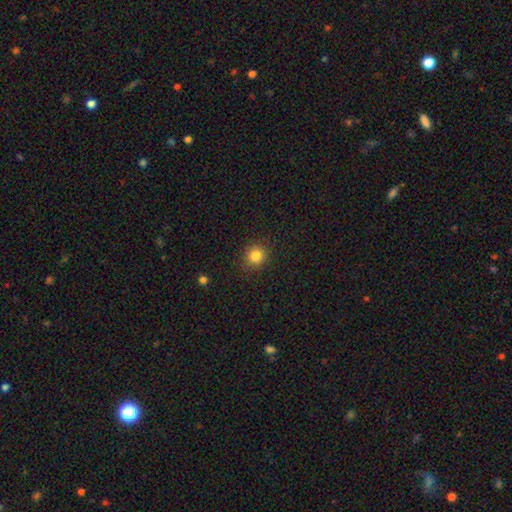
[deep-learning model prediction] The model was most divided on "smooth or featured": smooth: 83%, star or artifact: 12%, featured or disk: 5%. More confident: how rounded — round (90%); merging — none (88%).